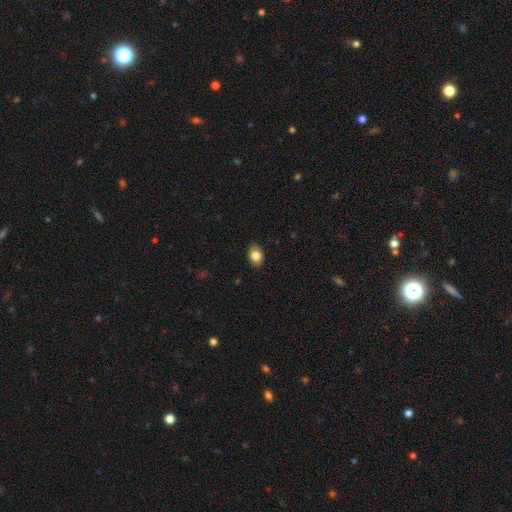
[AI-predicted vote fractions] Q: Smooth or featured?
A: smooth (84%); runner-up: star or artifact (8%)
Q: How rounded?
A: in between (72%); runner-up: round (27%)
Q: Merging?
A: none (87%); runner-up: minor disturbance (10%)